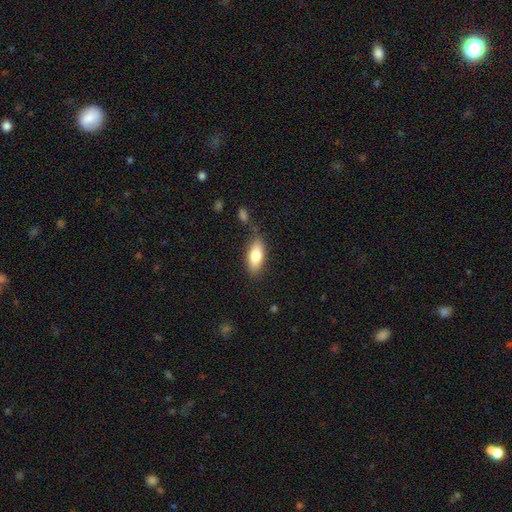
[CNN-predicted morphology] Smooth or featured?
  - smooth: 78% *
  - featured or disk: 15%
  - star or artifact: 6%
How rounded?
  - in between: 81% *
  - cigar-shaped: 16%
  - round: 3%
Merging?
  - none: 73% *
  - minor disturbance: 17%
  - merger: 5%
  - major disturbance: 4%